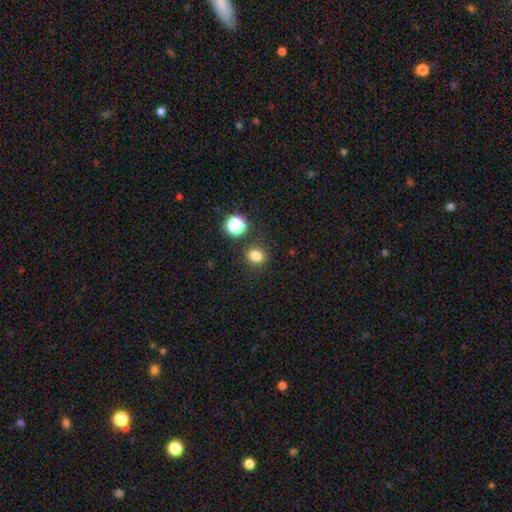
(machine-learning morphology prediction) The model was most divided on "how rounded": round: 62%, in between: 37%, cigar-shaped: 1%. More confident: merging — none (82%); smooth or featured — smooth (80%).